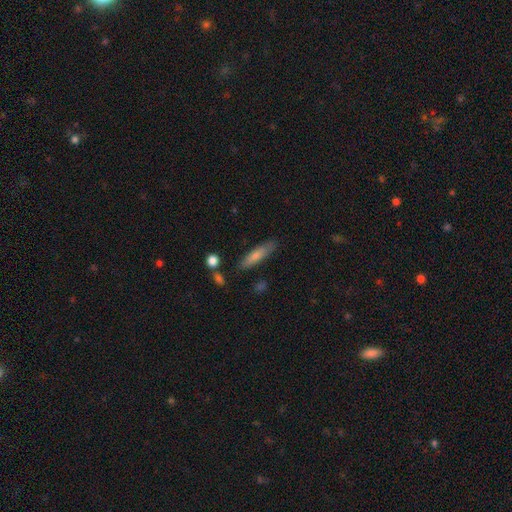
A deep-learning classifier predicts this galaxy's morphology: Smooth or featured: smooth — 74% (featured or disk — 20%)
How rounded: cigar-shaped — 76% (in between — 22%)
Merging: none — 81% (minor disturbance — 13%)